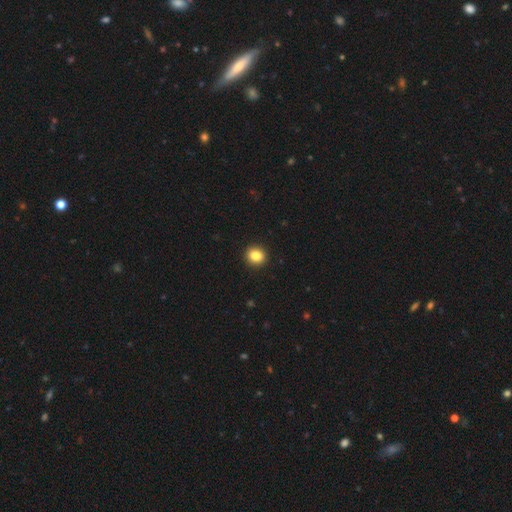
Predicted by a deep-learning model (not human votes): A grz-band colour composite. It shows a smooth galaxy with no disk features (86%) that is round (73%). Merging: none (92%).